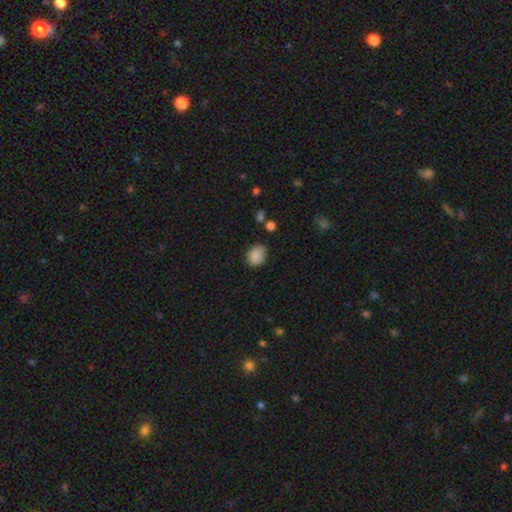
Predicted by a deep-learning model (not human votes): Smooth or featured? smooth (86%)
How rounded? round (51%)
Merging? none (72%)